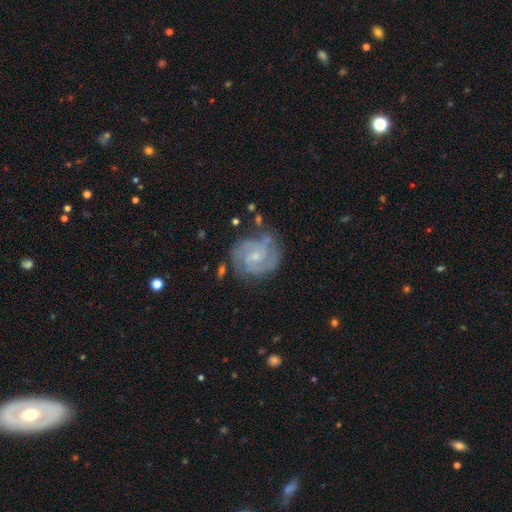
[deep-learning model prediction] Smooth or featured? Predicted: featured or disk (p=0.88). Edge-on disk? Predicted: no (p=0.98). Bar? Predicted: no (p=0.48). Spiral arms? Predicted: yes (p=0.97). Spiral winding? Predicted: tight (p=0.56). Spiral arm count? Predicted: 2 (p=0.70). Bulge size? Predicted: small (p=0.64). Merging? Predicted: none (p=0.73).